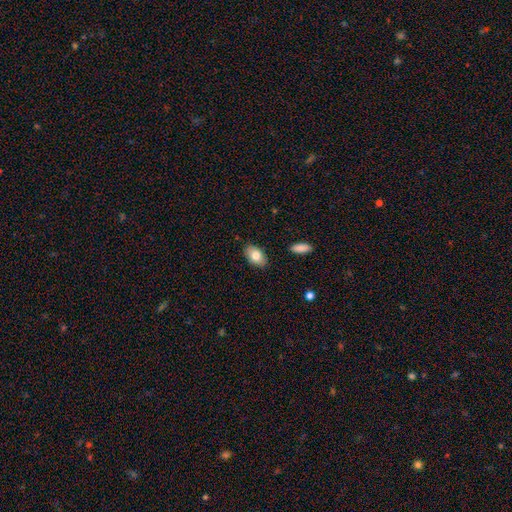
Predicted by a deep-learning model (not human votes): smooth_or_featured: smooth (p=0.80) [alt: featured or disk p=0.13]
how_rounded: in between (p=0.91) [alt: round p=0.07]
merging: none (p=0.86) [alt: minor disturbance p=0.10]